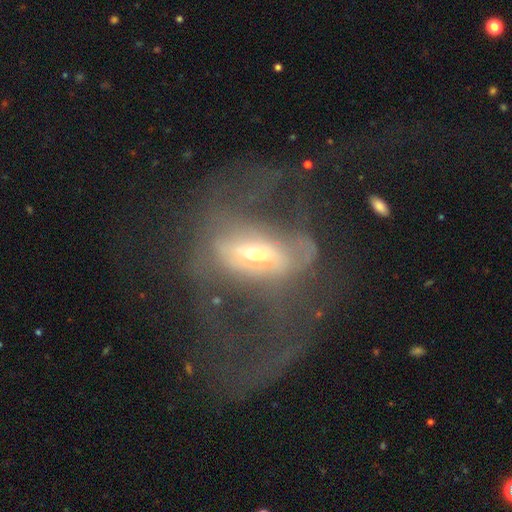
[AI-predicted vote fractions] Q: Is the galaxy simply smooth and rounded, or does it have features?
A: featured or disk — 64%.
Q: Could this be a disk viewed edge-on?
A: no — 83%.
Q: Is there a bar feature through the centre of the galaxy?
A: no — 44%.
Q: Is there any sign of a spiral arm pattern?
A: no — 57%.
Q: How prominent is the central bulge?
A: moderate — 58%.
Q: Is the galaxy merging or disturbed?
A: major disturbance — 55%.